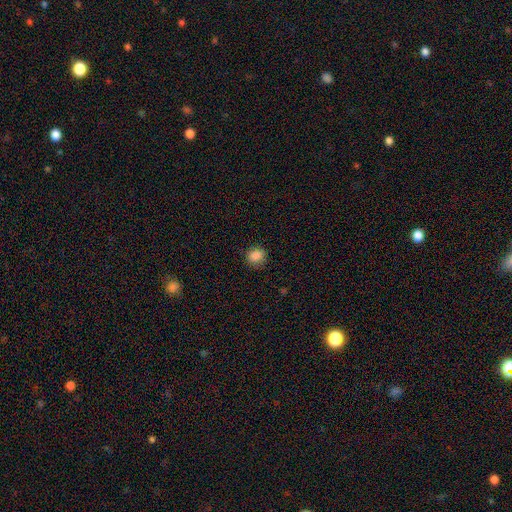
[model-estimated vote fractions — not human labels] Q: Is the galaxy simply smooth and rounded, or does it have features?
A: smooth — 86%.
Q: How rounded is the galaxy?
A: round — 74%.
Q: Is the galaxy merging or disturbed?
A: none — 84%.